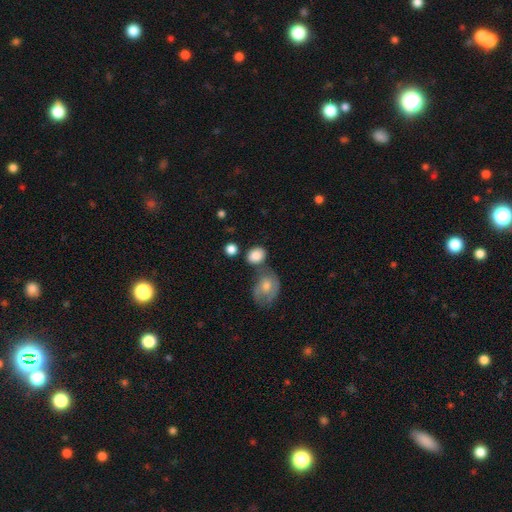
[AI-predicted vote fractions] Overall: smooth (84%). How rounded: in between (51%; round 47%). Merging: none (55%; merger 22%).